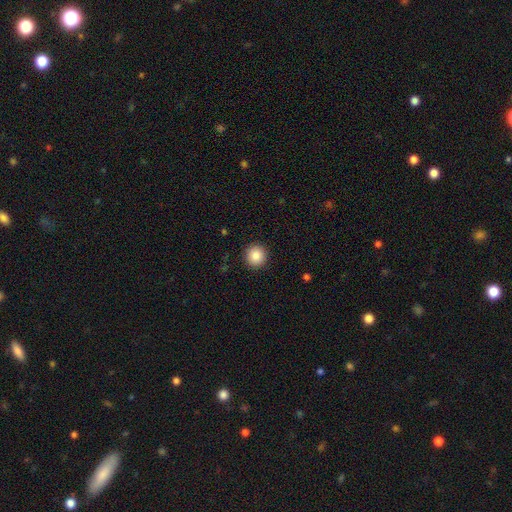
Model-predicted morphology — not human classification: type=smooth (87%); roundness=round (94%); merging=none (92%).